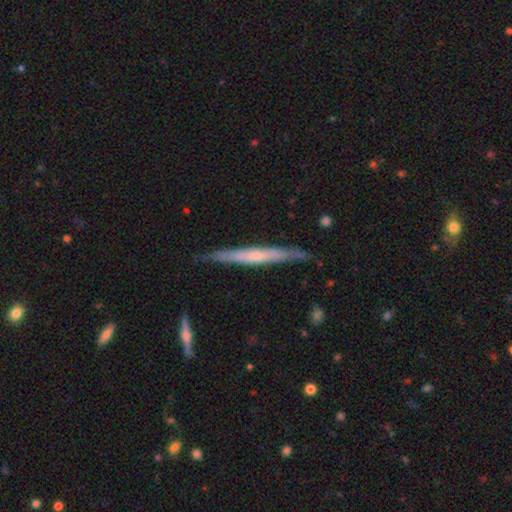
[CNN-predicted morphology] Smooth or featured: featured or disk — 60% (smooth — 35%)
Edge-on disk: yes — 95% (no — 5%)
Edge-on bulge: none — 56% (rounded — 36%)
Merging: none — 84% (minor disturbance — 13%)